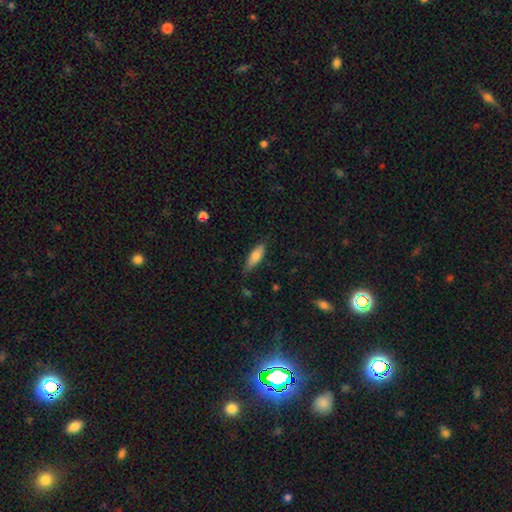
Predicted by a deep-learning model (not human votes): Q: Smooth or featured?
A: smooth (75%); runner-up: featured or disk (18%)
Q: How rounded?
A: in between (62%); runner-up: cigar-shaped (36%)
Q: Merging?
A: none (70%); runner-up: minor disturbance (24%)